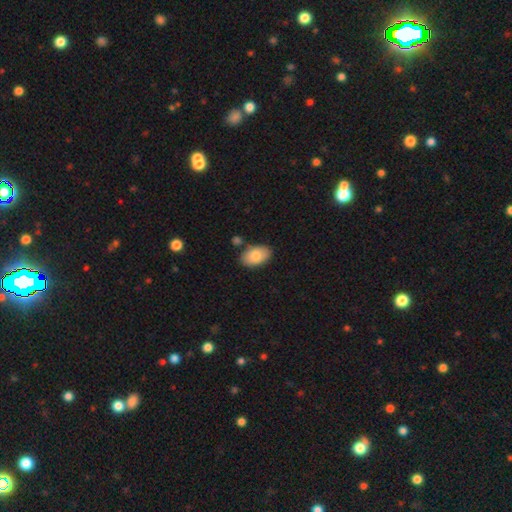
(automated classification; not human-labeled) This is clearly a smooth galaxy (81%). How rounded: clearly in between (93%). Merging: likely none (79%).